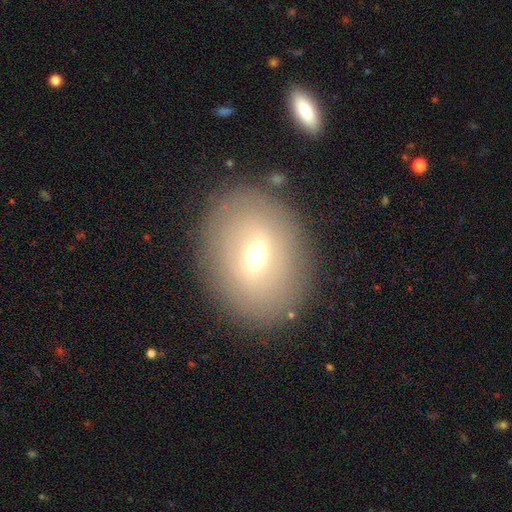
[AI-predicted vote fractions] A smooth galaxy with no disk features (52%) that is in between round and cigar-shaped (60%).

Vote fractions:
- Smooth or featured? smooth: 52% / featured or disk: 37% / star or artifact: 11%
- How rounded? in between: 60% / round: 39% / cigar-shaped: 2%
- Merging? none: 84% / minor disturbance: 10% / major disturbance: 4% / merger: 2%